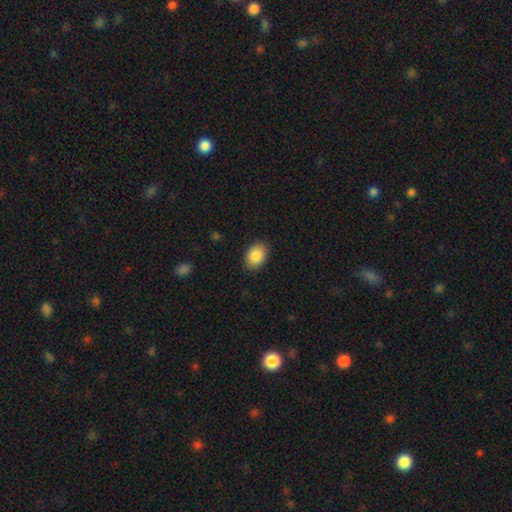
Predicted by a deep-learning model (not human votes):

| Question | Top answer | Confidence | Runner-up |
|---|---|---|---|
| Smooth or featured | smooth | 87% | star or artifact (7%) |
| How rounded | in between | 78% | round (21%) |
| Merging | none | 88% | minor disturbance (9%) |